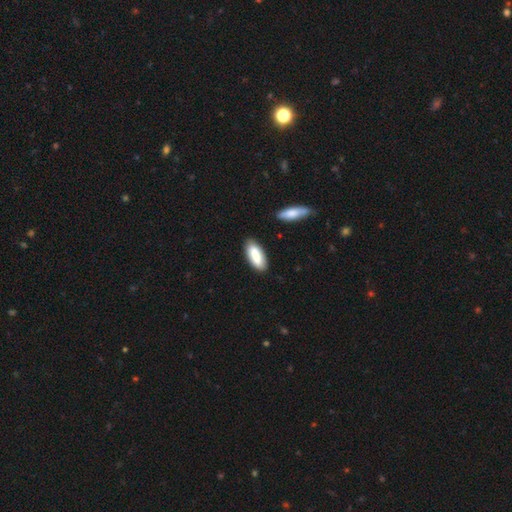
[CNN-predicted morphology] A smooth galaxy with no disk features (82%) that is in between round and cigar-shaped (72%).

Vote fractions:
- Smooth or featured? smooth: 82% / featured or disk: 12% / star or artifact: 6%
- How rounded? in between: 72% / cigar-shaped: 27% / round: 2%
- Merging? none: 82% / minor disturbance: 12% / merger: 3% / major disturbance: 2%